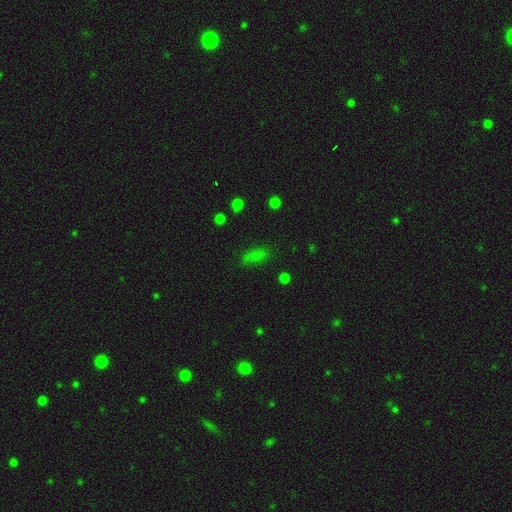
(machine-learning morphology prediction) This is likely a smooth galaxy (73%). How rounded: clearly in between (81%). Merging: likely none (72%).